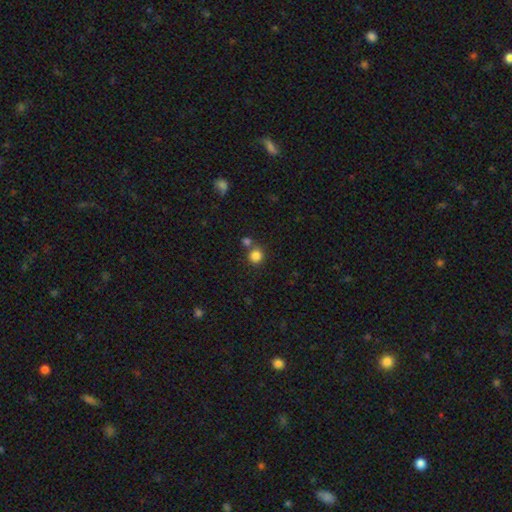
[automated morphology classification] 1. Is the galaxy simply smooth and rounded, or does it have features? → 83% smooth, 12% star or artifact, 5% featured or disk.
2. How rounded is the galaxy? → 91% round, 9% in between, 1% cigar-shaped.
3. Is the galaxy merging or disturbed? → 67% none, 22% merger, 8% minor disturbance, 3% major disturbance.